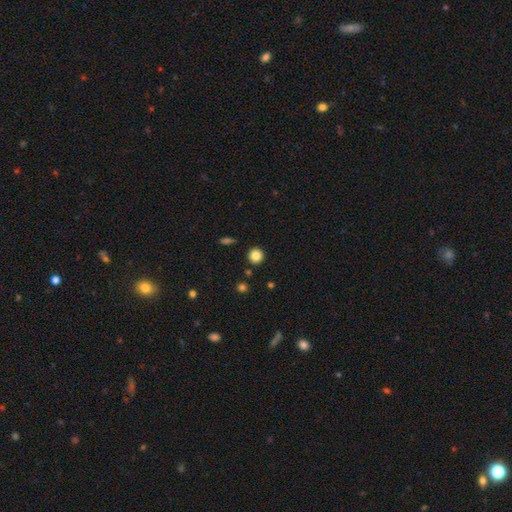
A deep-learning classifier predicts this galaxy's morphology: Smooth or featured? smooth (84%)
How rounded? round (93%)
Merging? none (90%)